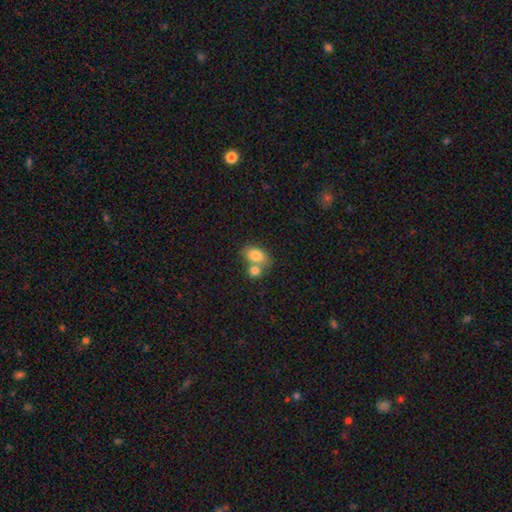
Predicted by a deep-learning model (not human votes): Smooth or featured? Predicted: smooth (p=0.81). How rounded? Predicted: in between (p=0.81). Merging? Predicted: merger (p=0.48).